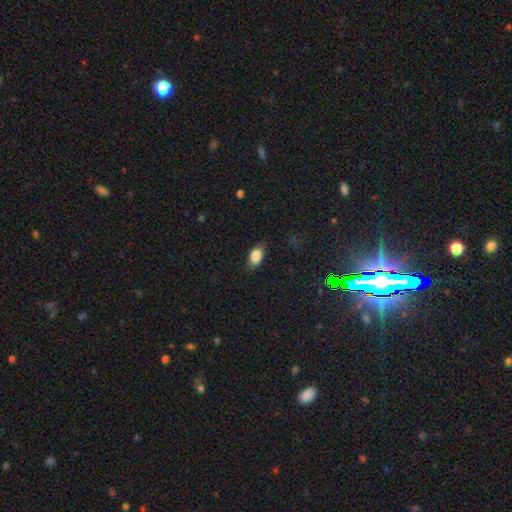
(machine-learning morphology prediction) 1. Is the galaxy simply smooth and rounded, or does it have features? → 84% smooth, 9% star or artifact, 7% featured or disk.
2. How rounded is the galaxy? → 87% in between, 10% round, 3% cigar-shaped.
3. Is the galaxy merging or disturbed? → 75% none, 19% minor disturbance, 5% major disturbance, 1% merger.